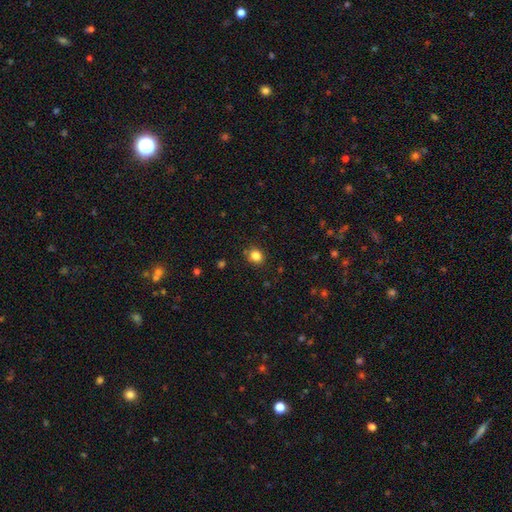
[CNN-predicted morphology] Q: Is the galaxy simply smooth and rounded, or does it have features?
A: smooth — 83%.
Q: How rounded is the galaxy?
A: round — 73%.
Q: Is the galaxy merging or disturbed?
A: none — 84%.